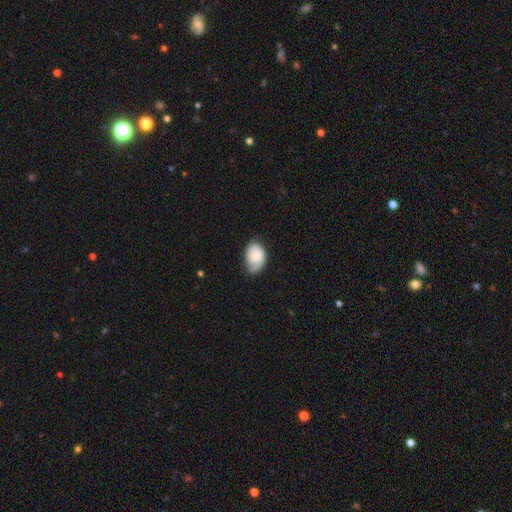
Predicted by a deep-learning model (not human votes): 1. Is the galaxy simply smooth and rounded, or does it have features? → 62% smooth, 31% featured or disk, 7% star or artifact.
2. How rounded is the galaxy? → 82% in between, 17% round, 1% cigar-shaped.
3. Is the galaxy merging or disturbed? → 54% none, 34% minor disturbance, 11% major disturbance, 2% merger.